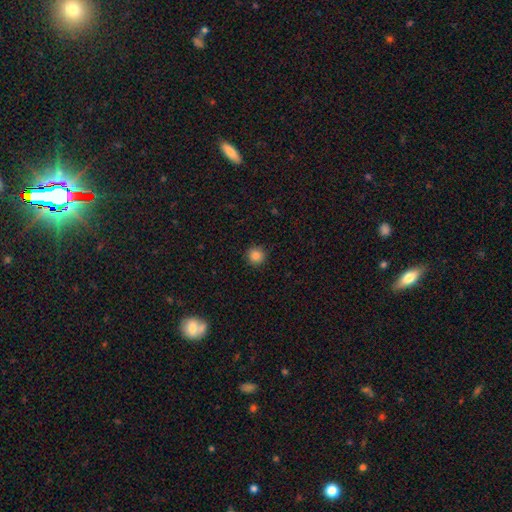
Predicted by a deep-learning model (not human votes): Smooth or featured?
  - smooth: 85% *
  - star or artifact: 11%
  - featured or disk: 4%
How rounded?
  - round: 95% *
  - in between: 4%
  - cigar-shaped: 1%
Merging?
  - none: 91% *
  - minor disturbance: 6%
  - major disturbance: 2%
  - merger: 1%